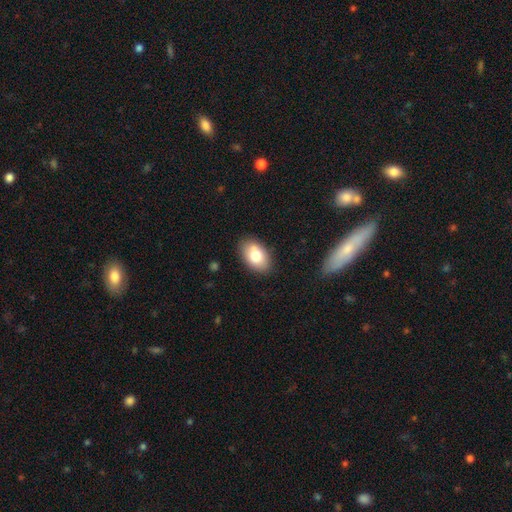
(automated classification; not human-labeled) This appears to be a smooth galaxy with no disk features (76%) that is in between round and cigar-shaped (89%). Merging: none (80%).